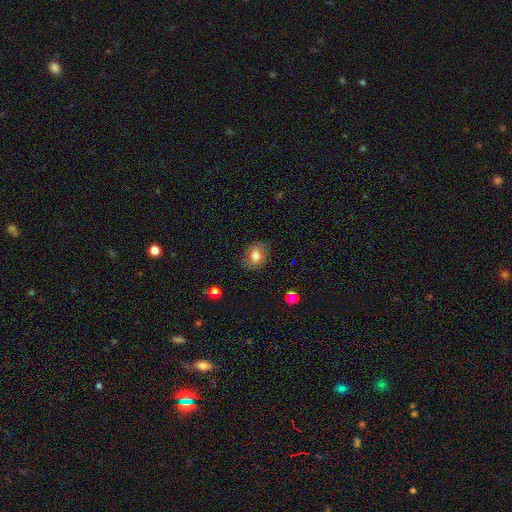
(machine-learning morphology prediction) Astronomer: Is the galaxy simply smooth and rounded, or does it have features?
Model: smooth — 72%.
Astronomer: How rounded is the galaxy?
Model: in between — 55% (runner-up: round, 44%).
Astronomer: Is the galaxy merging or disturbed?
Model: none — 82%.